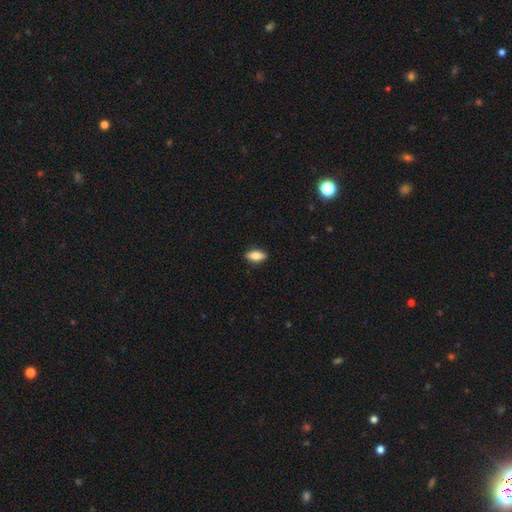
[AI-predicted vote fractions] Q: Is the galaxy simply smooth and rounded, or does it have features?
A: smooth — 71%.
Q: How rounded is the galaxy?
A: in between — 80%.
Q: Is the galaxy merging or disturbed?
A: none — 88%.